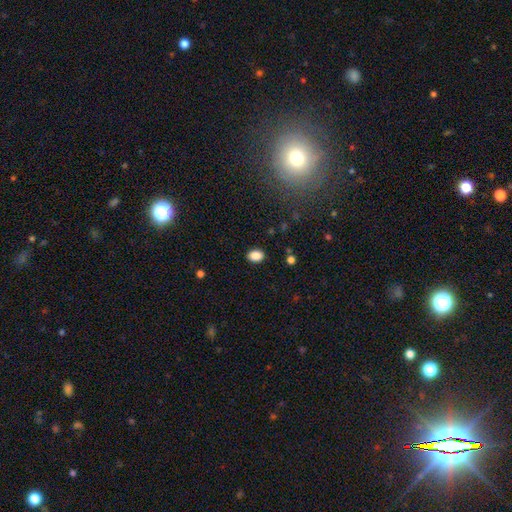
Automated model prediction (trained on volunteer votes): Q: Smooth or featured?
A: smooth (87%); runner-up: star or artifact (9%)
Q: How rounded?
A: in between (74%); runner-up: round (25%)
Q: Merging?
A: none (89%); runner-up: minor disturbance (8%)